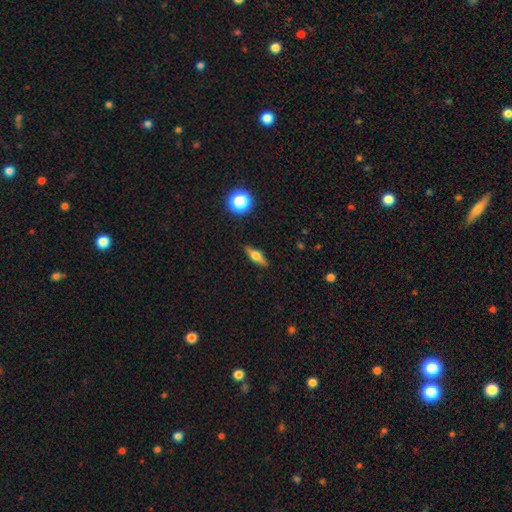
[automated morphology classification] Q: Smooth or featured?
A: featured or disk (51%); runner-up: smooth (41%)
Q: Edge-on disk?
A: yes (93%); runner-up: no (7%)
Q: Merging?
A: none (88%); runner-up: minor disturbance (9%)